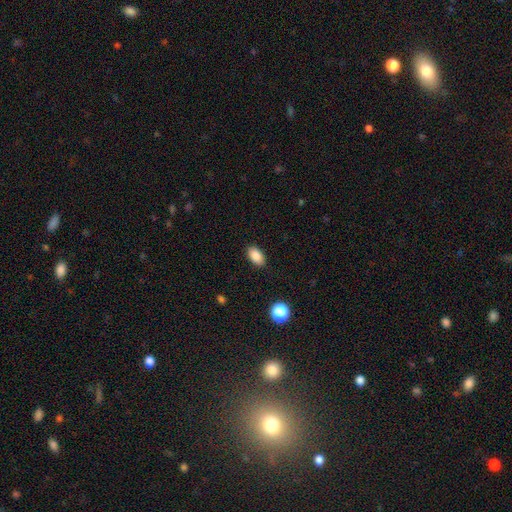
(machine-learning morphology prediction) type=smooth (87%); roundness=in between (92%); merging=none (88%).